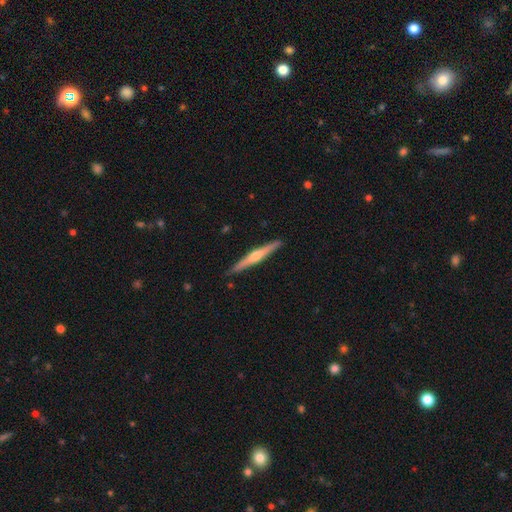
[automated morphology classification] Smooth or featured: featured or disk — 68% (smooth — 27%)
Edge-on disk: yes — 98% (no — 2%)
Edge-on bulge: rounded — 83% (none — 12%)
Merging: none — 90% (minor disturbance — 8%)